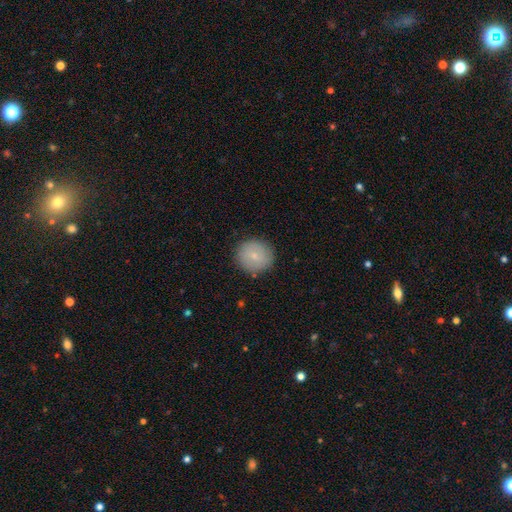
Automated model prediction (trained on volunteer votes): smooth 77%, featured or disk 16%, star or artifact 7%. Down the decision tree: how rounded — round (89%); merging — none (88%).